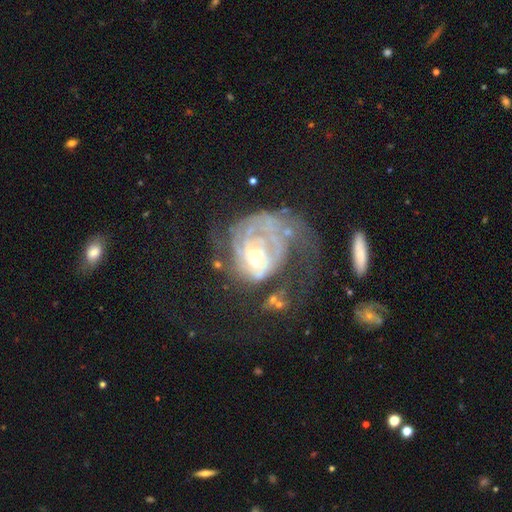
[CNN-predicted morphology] The model was most divided on "bulge size": small: 45%, moderate: 43%, large: 6%, none: 5%, dominant: 2%. Remaining: edge-on disk — no (97%); smooth or featured — featured or disk (78%); spiral arms — yes (75%); bar — no (68%); merging — major disturbance (48%); spiral winding — tight (47%); spiral arm count — can't tell (39%).